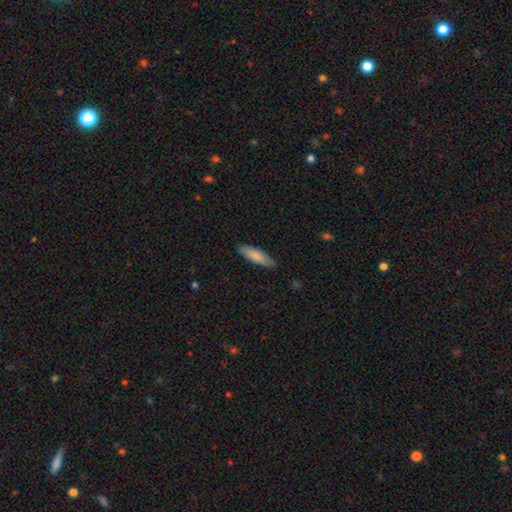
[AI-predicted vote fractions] Q: Smooth or featured?
A: smooth (80%); runner-up: featured or disk (14%)
Q: How rounded?
A: cigar-shaped (55%); runner-up: in between (43%)
Q: Merging?
A: none (84%); runner-up: minor disturbance (13%)